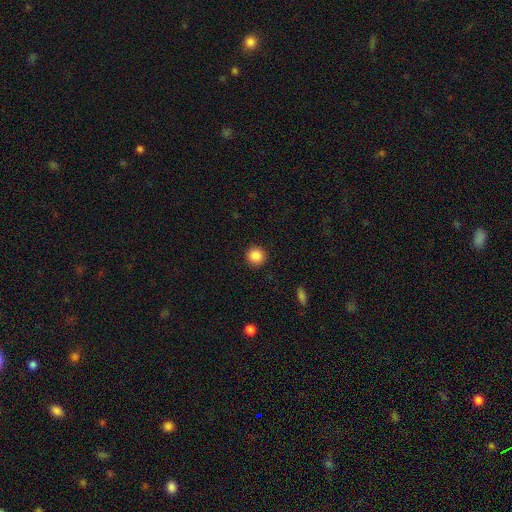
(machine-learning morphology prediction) The model was most divided on "smooth or featured": smooth: 88%, star or artifact: 9%, featured or disk: 3%. More confident: how rounded — round (93%); merging — none (92%).